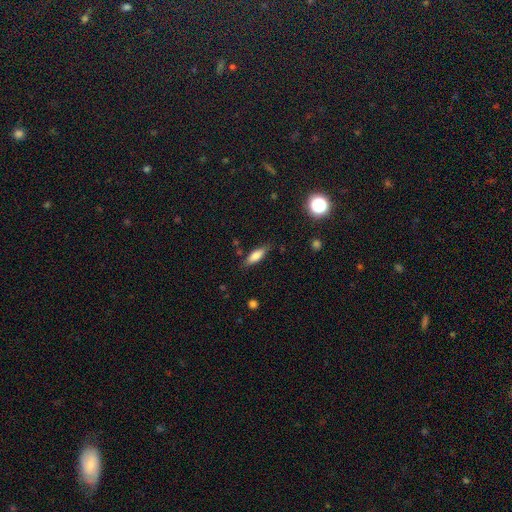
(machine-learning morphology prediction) smooth 76%, featured or disk 16%, star or artifact 8%. Down the decision tree: how rounded — in between (59%); merging — none (80%).